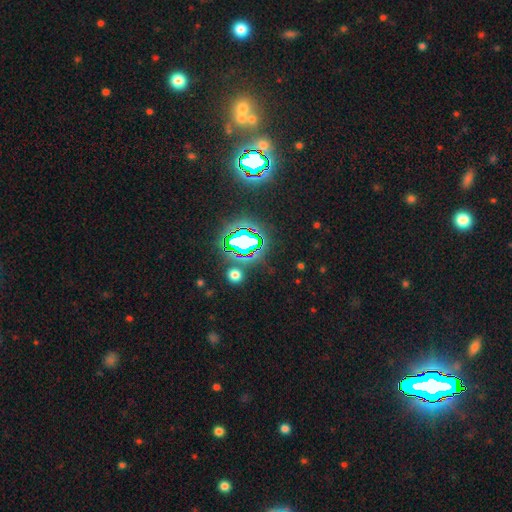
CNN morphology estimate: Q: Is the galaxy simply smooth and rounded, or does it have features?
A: star or artifact — 82%.